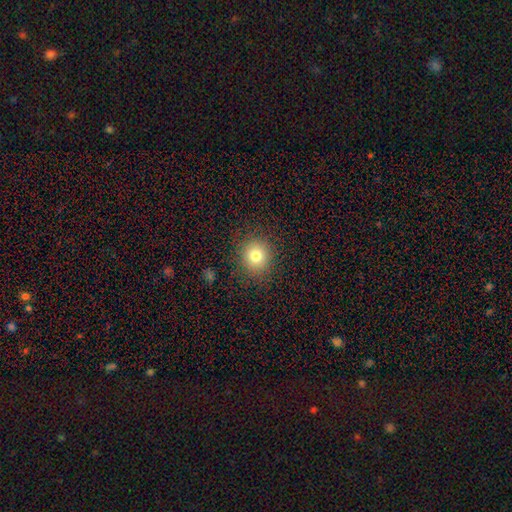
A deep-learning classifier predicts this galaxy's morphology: Smooth or featured?
  - smooth: 78% *
  - star or artifact: 12%
  - featured or disk: 9%
How rounded?
  - round: 87% *
  - in between: 12%
  - cigar-shaped: 1%
Merging?
  - none: 88% *
  - minor disturbance: 8%
  - major disturbance: 3%
  - merger: 1%